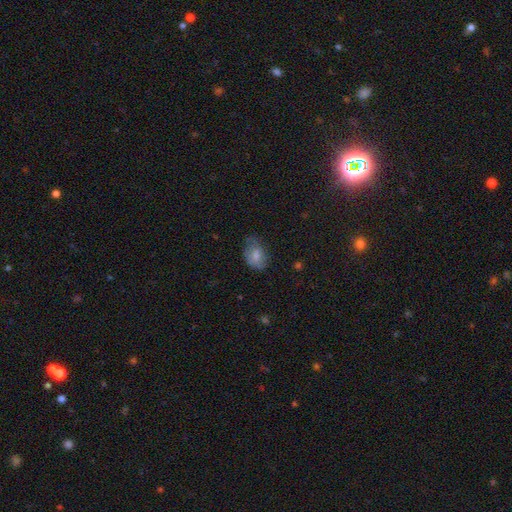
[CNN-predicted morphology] Smooth or featured? smooth (73%)
How rounded? in between (85%)
Merging? none (53%)